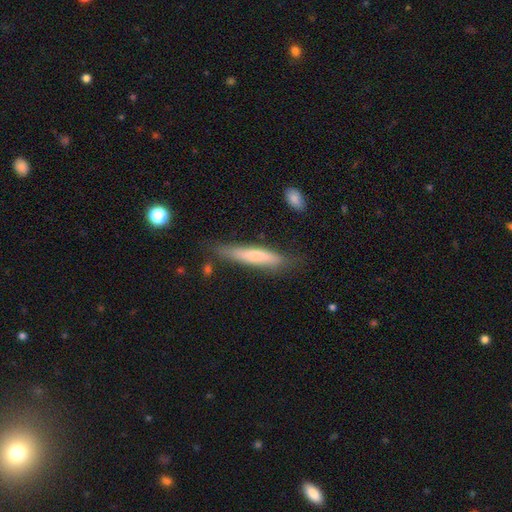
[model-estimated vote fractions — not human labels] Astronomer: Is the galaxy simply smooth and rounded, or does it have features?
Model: smooth — 68%.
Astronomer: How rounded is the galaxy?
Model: cigar-shaped — 90%.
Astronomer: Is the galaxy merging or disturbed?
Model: none — 71%.